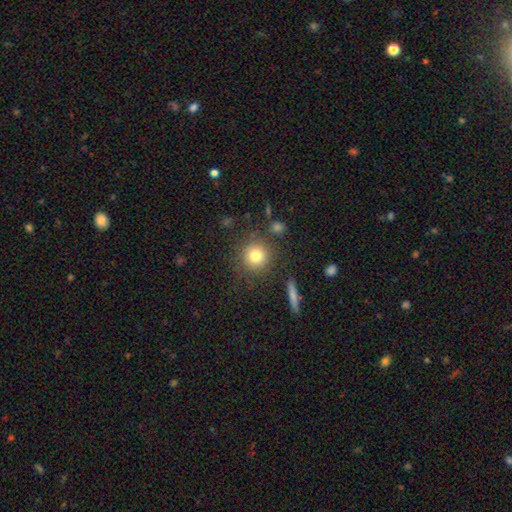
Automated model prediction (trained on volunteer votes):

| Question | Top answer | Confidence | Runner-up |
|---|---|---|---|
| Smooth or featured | smooth | 80% | star or artifact (11%) |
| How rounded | round | 92% | in between (7%) |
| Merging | none | 83% | minor disturbance (9%) |